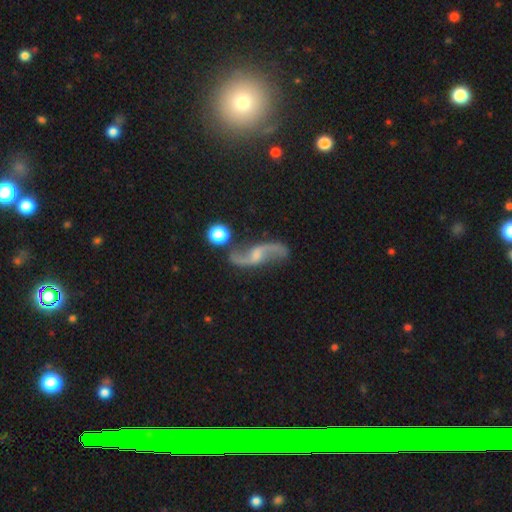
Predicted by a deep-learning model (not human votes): Overall: featured or disk (90%). Edge-on disk: no (96%). Bar: weak (45%; no 44%). Spiral arms: yes (97%). Spiral arm count: 2 (94%). Spiral winding: loose (86%). Bulge size: small (44%; moderate 29%). Merging: none (76%).